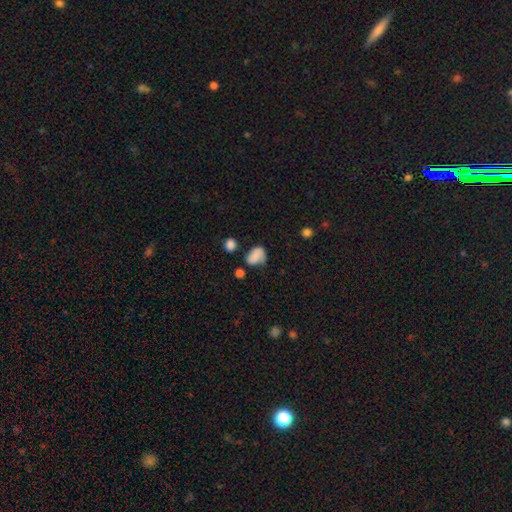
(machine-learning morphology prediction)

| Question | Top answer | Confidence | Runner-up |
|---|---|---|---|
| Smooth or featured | smooth | 68% | featured or disk (21%) |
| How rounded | in between | 70% | round (29%) |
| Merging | none | 41% | minor disturbance (32%) |